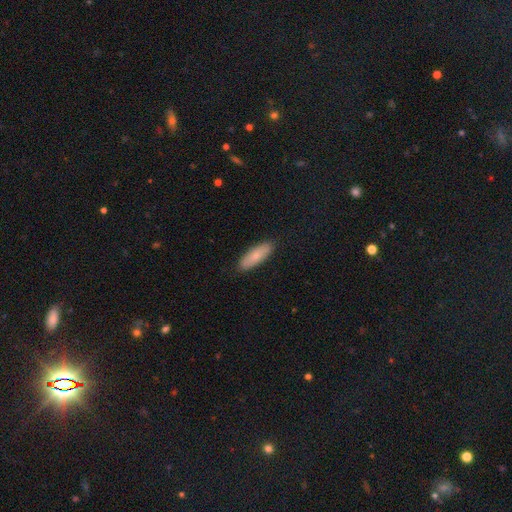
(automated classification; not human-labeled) A smooth galaxy with no disk features (76%) that is in between round and cigar-shaped (56%).

Vote fractions:
- Smooth or featured? smooth: 76% / featured or disk: 18% / star or artifact: 6%
- How rounded? in between: 56% / cigar-shaped: 42% / round: 2%
- Merging? none: 88% / minor disturbance: 9% / major disturbance: 2% / merger: 1%